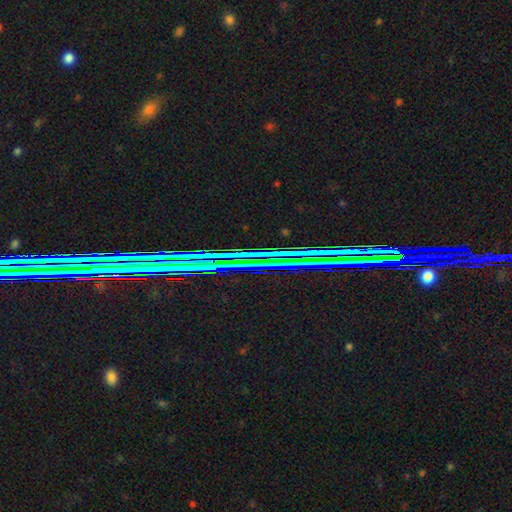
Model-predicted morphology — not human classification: Smooth or featured?
  - star or artifact: 69% *
  - featured or disk: 18%
  - smooth: 12%